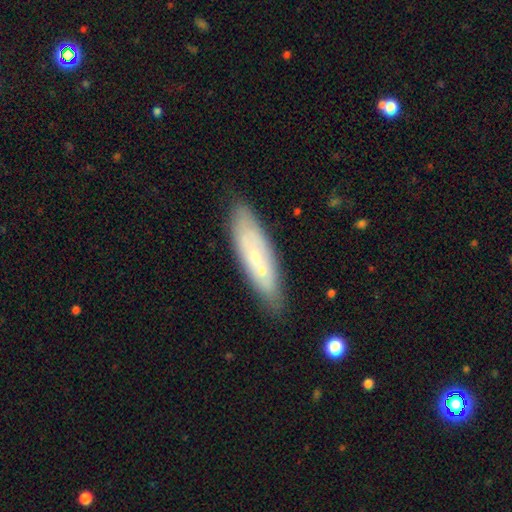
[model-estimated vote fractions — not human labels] A featured or disk galaxy (48%).

Vote fractions:
- Smooth or featured? featured or disk: 48% / smooth: 44% / star or artifact: 8%
- Merging? none: 75% / minor disturbance: 15% / merger: 6% / major disturbance: 4%